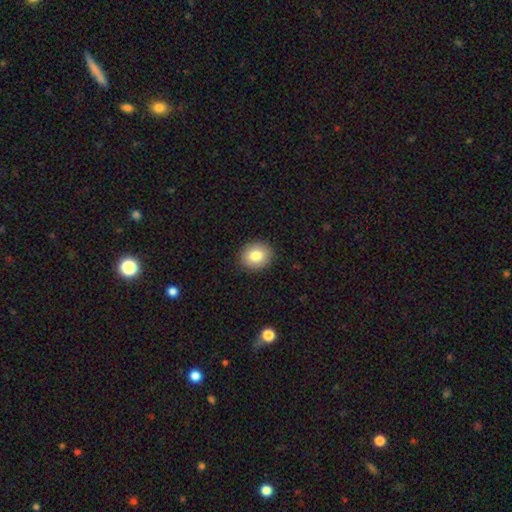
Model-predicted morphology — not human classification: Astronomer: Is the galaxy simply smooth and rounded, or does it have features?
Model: smooth — 81%.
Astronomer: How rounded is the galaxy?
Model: round — 69%.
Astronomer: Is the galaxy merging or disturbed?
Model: none — 90%.